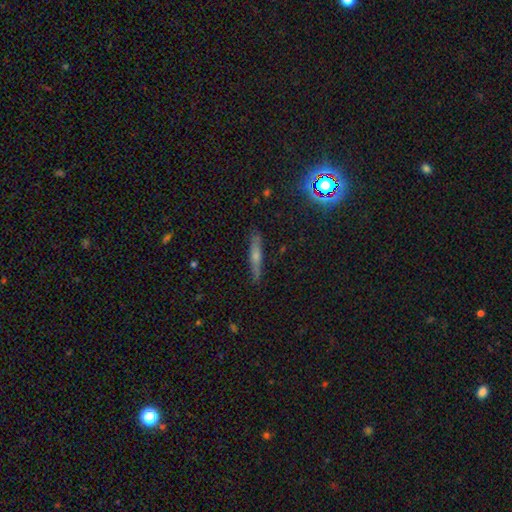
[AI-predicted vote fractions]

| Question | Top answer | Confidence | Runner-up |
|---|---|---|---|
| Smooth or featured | featured or disk | 50% | smooth (36%) |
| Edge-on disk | yes | 94% | no (6%) |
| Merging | none | 88% | minor disturbance (9%) |